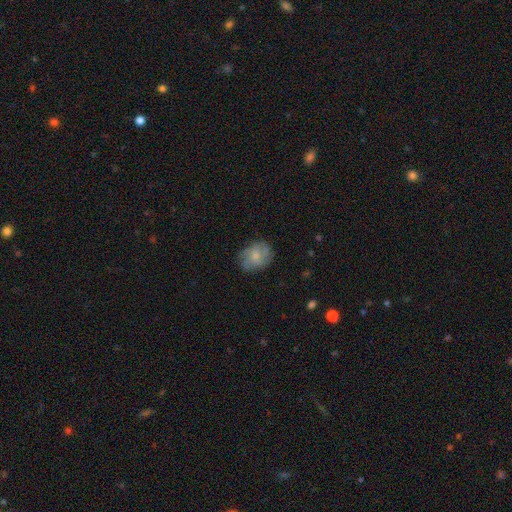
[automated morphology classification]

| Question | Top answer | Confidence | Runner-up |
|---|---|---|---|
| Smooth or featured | smooth | 51% | featured or disk (41%) |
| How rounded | in between | 50% | round (49%) |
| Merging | none | 70% | minor disturbance (21%) |